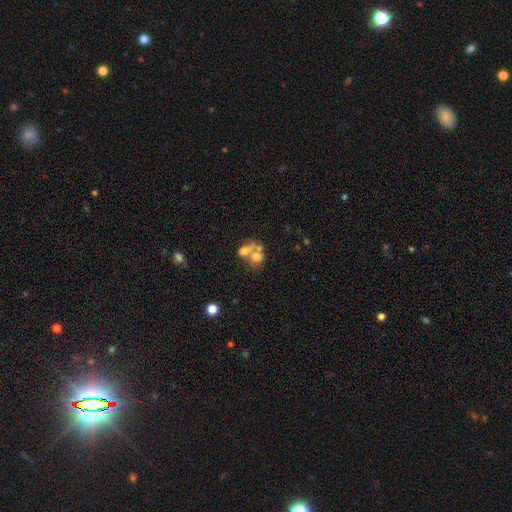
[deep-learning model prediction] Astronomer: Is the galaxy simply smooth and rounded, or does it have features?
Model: smooth — 57%.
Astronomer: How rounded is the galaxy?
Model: in between — 53% (runner-up: round, 45%).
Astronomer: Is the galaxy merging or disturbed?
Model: merger — 62%.